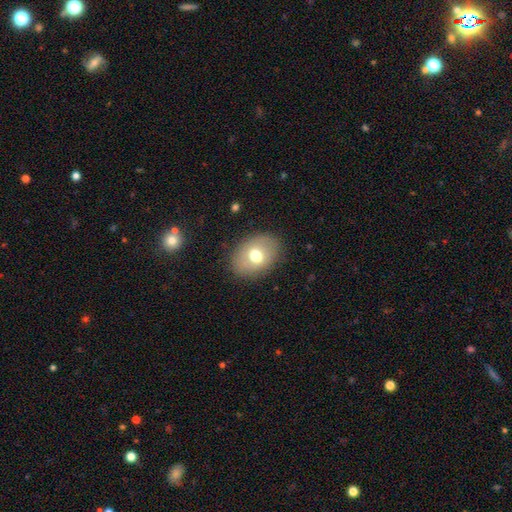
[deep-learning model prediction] Smooth or featured?
  - smooth: 67% *
  - featured or disk: 24%
  - star or artifact: 9%
How rounded?
  - in between: 70% *
  - round: 29%
  - cigar-shaped: 1%
Merging?
  - none: 84% *
  - minor disturbance: 11%
  - major disturbance: 4%
  - merger: 1%